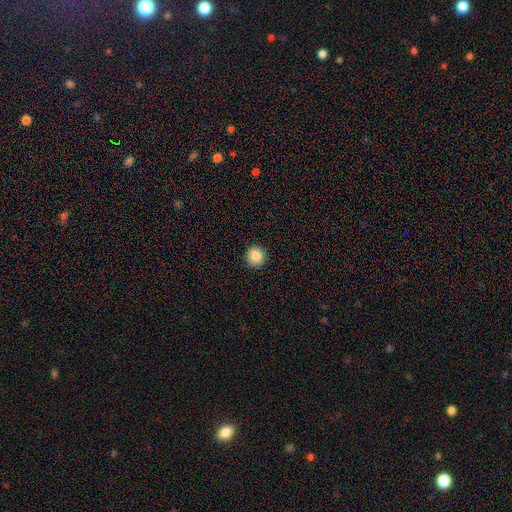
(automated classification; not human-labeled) Q: Smooth or featured?
A: smooth (85%); runner-up: star or artifact (10%)
Q: How rounded?
A: round (94%); runner-up: in between (5%)
Q: Merging?
A: none (92%); runner-up: minor disturbance (6%)